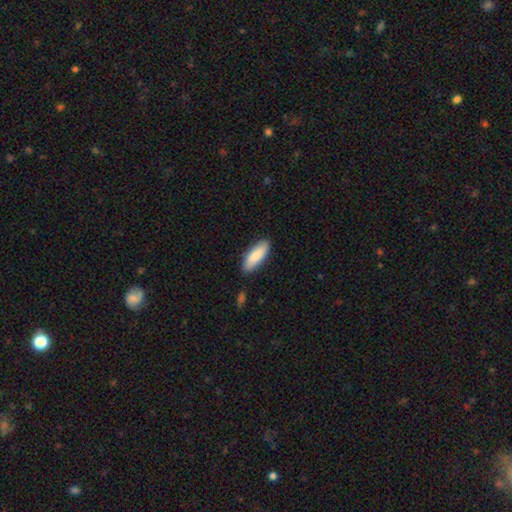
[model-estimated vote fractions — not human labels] Smooth or featured? Predicted: smooth (p=0.82). How rounded? Predicted: in between (p=0.66). Merging? Predicted: none (p=0.86).